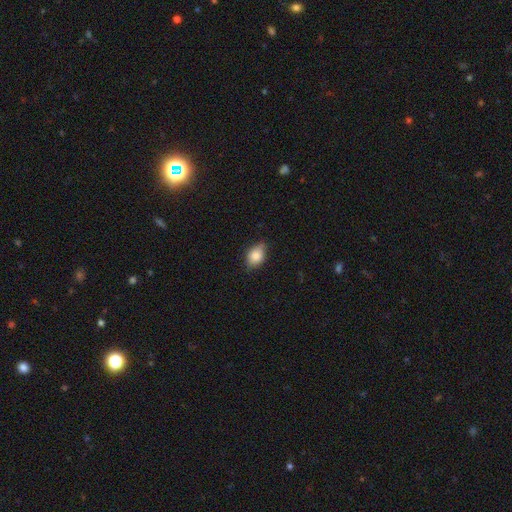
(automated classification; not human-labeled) Smooth or featured? smooth (83%)
How rounded? in between (81%)
Merging? none (73%)